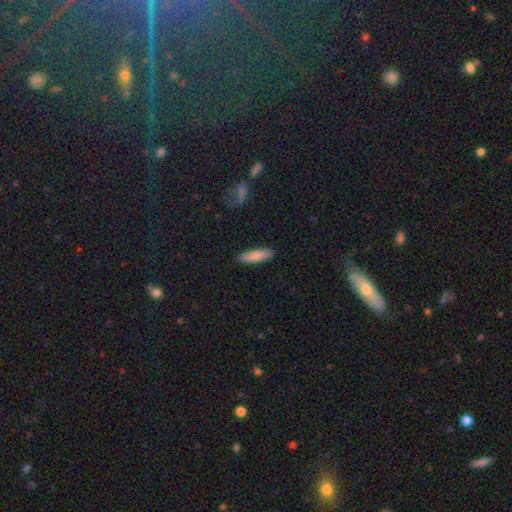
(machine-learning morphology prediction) smooth-or-featured: smooth: 85% | featured or disk: 9% | star or artifact: 6%
  how-rounded: cigar-shaped: 62% | in between: 37% | round: 1%
  merging: none: 89% | minor disturbance: 8% | major disturbance: 2% | merger: 1%